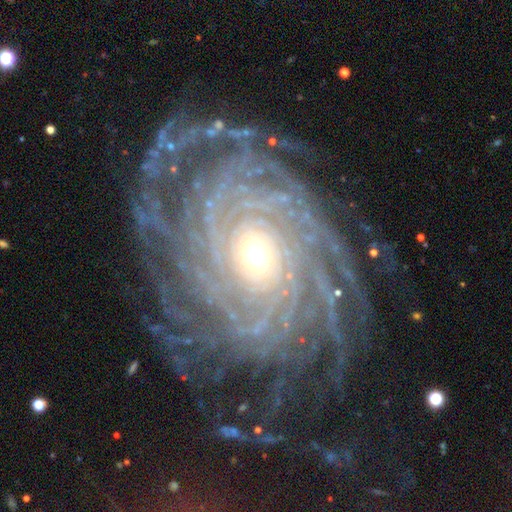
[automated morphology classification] type=featured or disk (92%); edge-on=no (97%); bar=no (71%); spiral arms=yes (98%); winding=tight (83%); arm count=more than 4 (43%); bulge=moderate (50%); merging=none (76%).